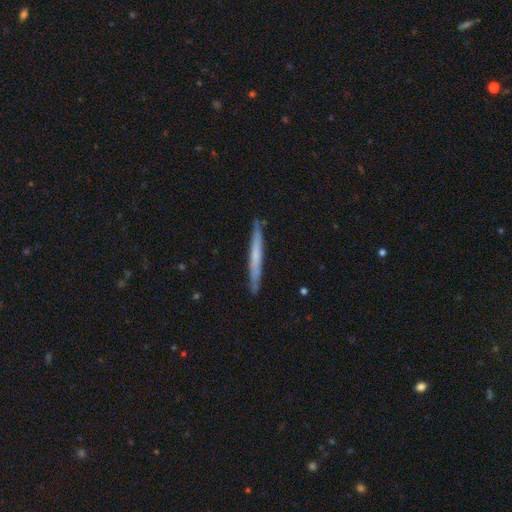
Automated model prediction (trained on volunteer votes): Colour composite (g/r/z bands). It shows a smooth galaxy with no disk features (49%). Merging: none (88%).